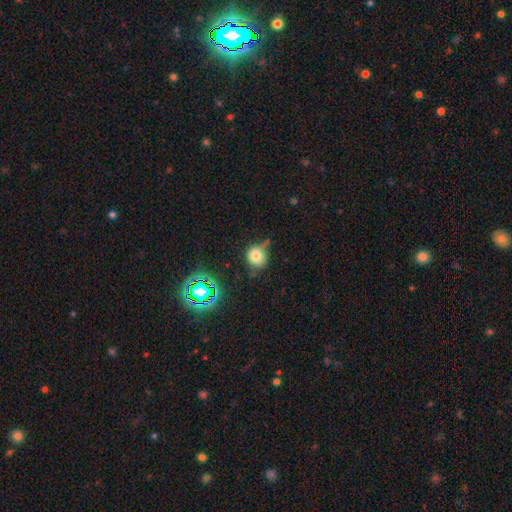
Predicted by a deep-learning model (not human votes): The model was most divided on "merging": none: 56%, minor disturbance: 27%, merger: 9%, major disturbance: 8%. More confident: how rounded — round (78%); smooth or featured — smooth (74%).